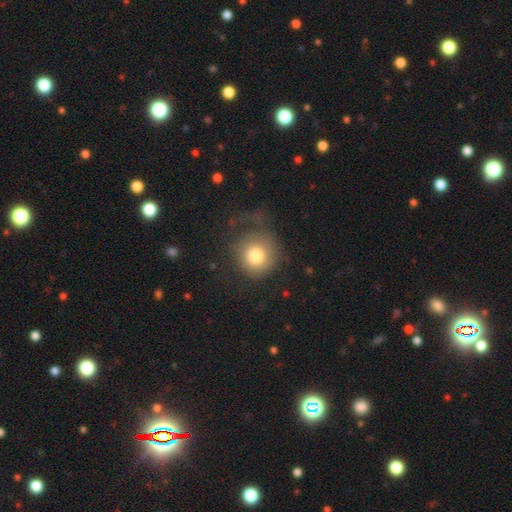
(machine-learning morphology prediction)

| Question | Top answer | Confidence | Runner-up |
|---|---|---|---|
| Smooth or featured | smooth | 76% | featured or disk (15%) |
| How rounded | round | 92% | in between (7%) |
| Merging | none | 47% | major disturbance (31%) |